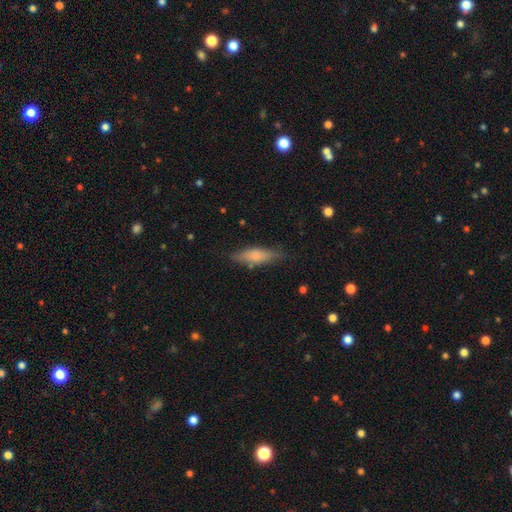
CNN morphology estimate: Overall: smooth (71%). How rounded: cigar-shaped (56%; in between 42%). Merging: none (76%).